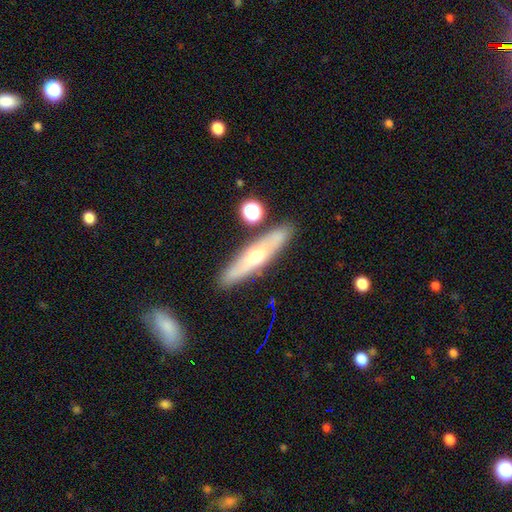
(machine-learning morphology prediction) Overall: featured or disk (56%; smooth 37%). Edge-on disk: yes (79%). Merging: none (83%).